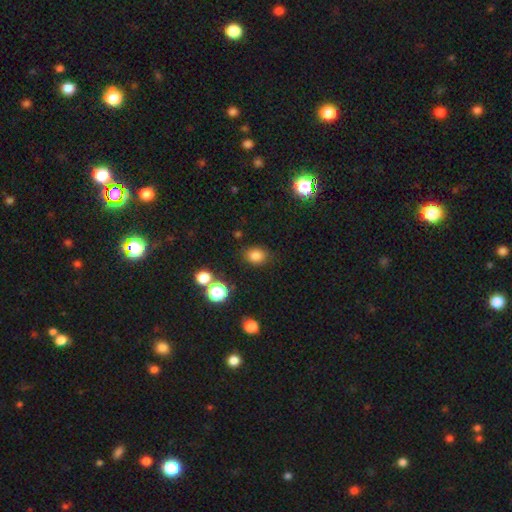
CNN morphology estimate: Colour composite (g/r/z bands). It shows a smooth galaxy with no disk features (82%) that is round (53%). Merging: none (81%).